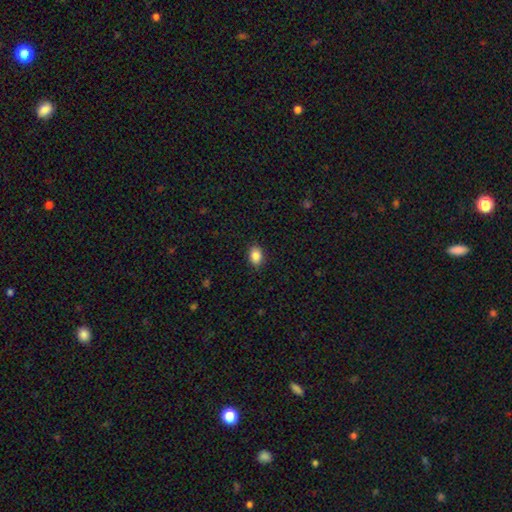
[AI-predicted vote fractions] This appears to be a smooth galaxy with no disk features (88%) that is in between round and cigar-shaped (76%). Merging: none (88%).